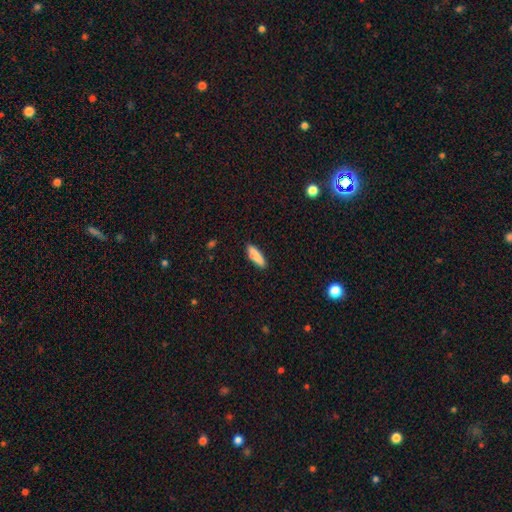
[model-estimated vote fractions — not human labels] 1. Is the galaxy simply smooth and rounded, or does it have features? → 85% smooth, 9% featured or disk, 6% star or artifact.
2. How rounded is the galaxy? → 65% cigar-shaped, 34% in between, 2% round.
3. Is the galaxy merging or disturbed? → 87% none, 10% minor disturbance, 2% major disturbance, 2% merger.